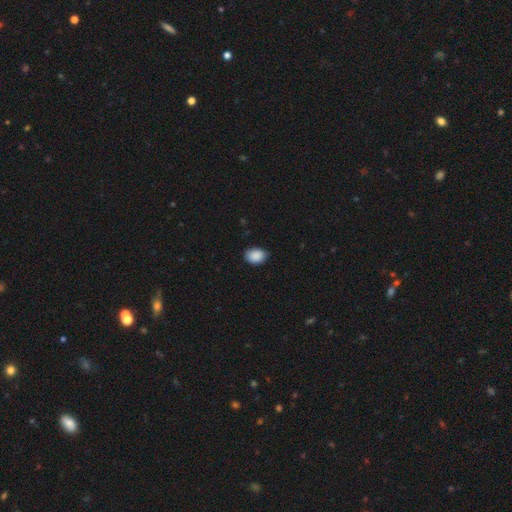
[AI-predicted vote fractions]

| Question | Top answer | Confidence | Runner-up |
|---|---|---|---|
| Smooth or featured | smooth | 90% | star or artifact (7%) |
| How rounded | in between | 73% | round (26%) |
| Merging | none | 81% | minor disturbance (16%) |